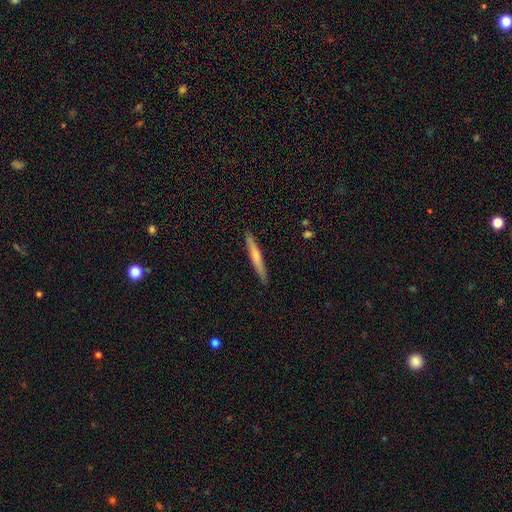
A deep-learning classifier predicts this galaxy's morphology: A smooth galaxy with no disk features (59%) that is cigar-shaped (96%). Merging: none (90%).